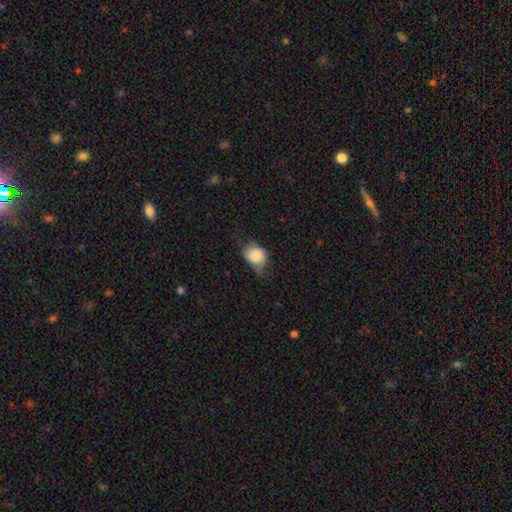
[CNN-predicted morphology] Q: Smooth or featured?
A: smooth (77%); runner-up: featured or disk (15%)
Q: How rounded?
A: round (52%); runner-up: in between (47%)
Q: Merging?
A: none (41%); tied with: minor disturbance (41%)